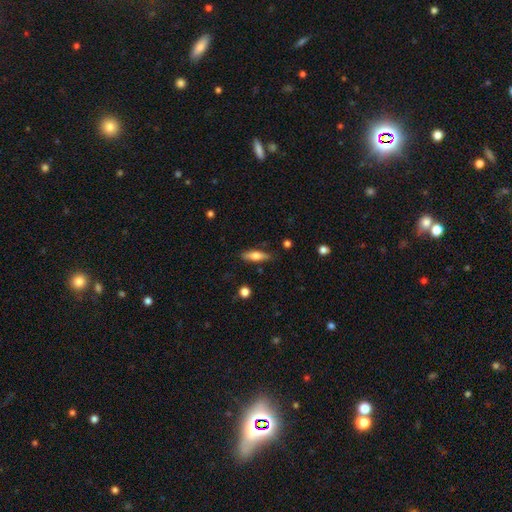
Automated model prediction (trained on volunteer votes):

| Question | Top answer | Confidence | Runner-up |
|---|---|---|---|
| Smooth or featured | smooth | 61% | featured or disk (33%) |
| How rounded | cigar-shaped | 54% | in between (43%) |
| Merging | none | 83% | minor disturbance (13%) |